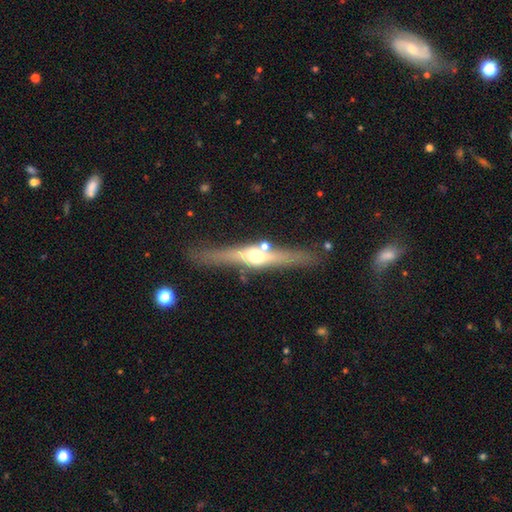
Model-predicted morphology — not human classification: Q: Smooth or featured?
A: featured or disk (72%); runner-up: smooth (22%)
Q: Edge-on disk?
A: yes (95%); runner-up: no (5%)
Q: Edge-on bulge?
A: rounded (94%); runner-up: boxy (4%)
Q: Merging?
A: none (78%); runner-up: minor disturbance (12%)